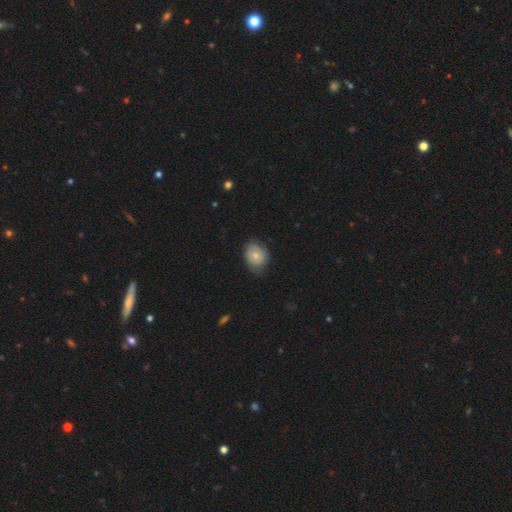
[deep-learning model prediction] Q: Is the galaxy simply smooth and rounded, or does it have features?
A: smooth — 62%.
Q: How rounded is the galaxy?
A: round — 50%.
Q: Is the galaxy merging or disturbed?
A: none — 68%.